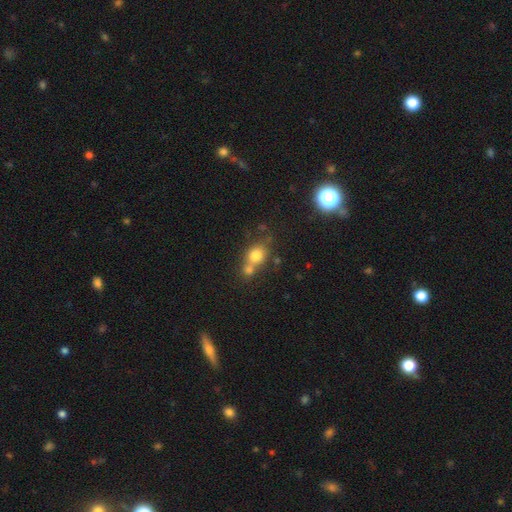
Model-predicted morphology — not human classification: This appears to be a smooth galaxy with no disk features (76%) that is round (66%). Merging: merger (52%).